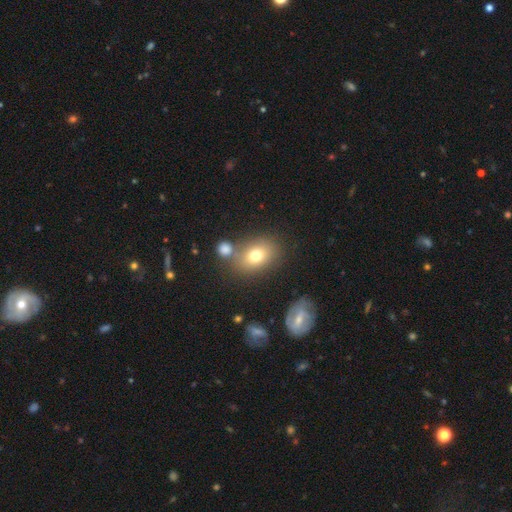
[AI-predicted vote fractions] Q: Smooth or featured?
A: smooth (73%); runner-up: featured or disk (17%)
Q: How rounded?
A: in between (72%); runner-up: round (27%)
Q: Merging?
A: none (66%); runner-up: merger (16%)